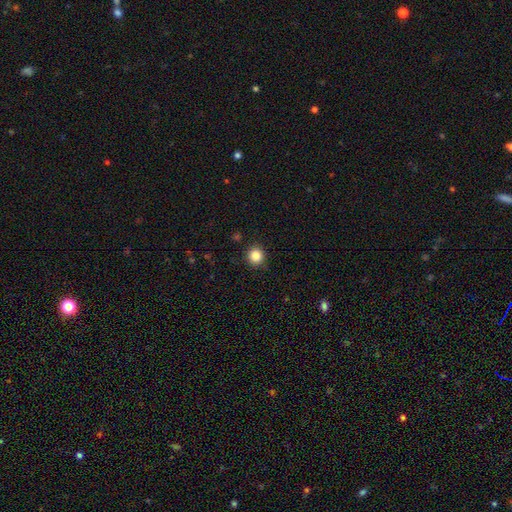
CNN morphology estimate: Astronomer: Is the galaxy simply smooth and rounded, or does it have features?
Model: smooth — 85%.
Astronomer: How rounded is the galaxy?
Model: round — 91%.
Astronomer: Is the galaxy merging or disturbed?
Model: none — 91%.